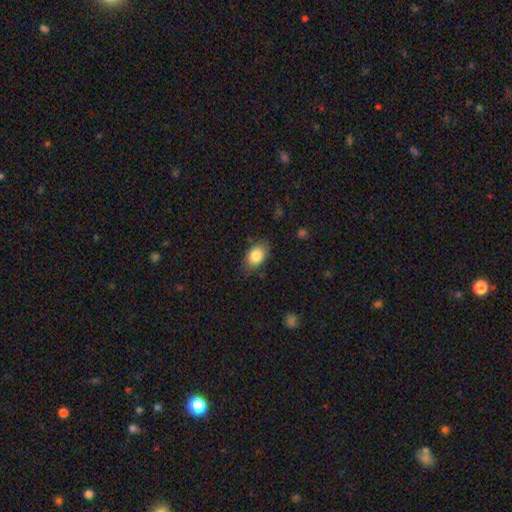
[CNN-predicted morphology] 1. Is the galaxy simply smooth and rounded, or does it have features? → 83% smooth, 9% featured or disk, 8% star or artifact.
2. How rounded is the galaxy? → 85% in between, 14% round, 1% cigar-shaped.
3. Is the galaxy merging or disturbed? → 79% none, 16% minor disturbance, 3% major disturbance, 1% merger.